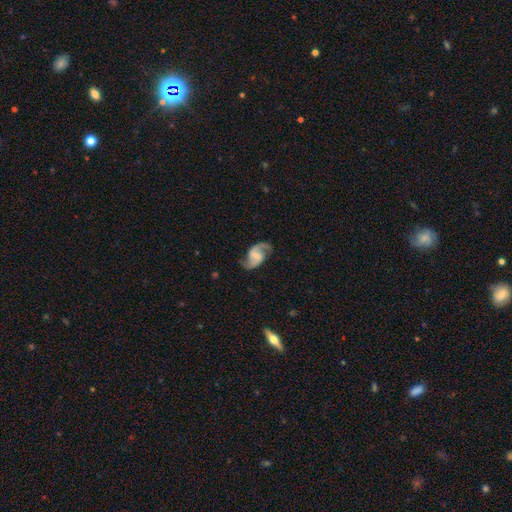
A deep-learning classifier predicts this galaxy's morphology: Overall: featured or disk (88%). Edge-on disk: no (98%). Bar: weak (51%; no 25%). Spiral arms: yes (97%). Spiral arm count: 2 (93%). Spiral winding: loose (46%; medium 44%). Bulge size: small (42%; none 29%). Merging: none (79%).